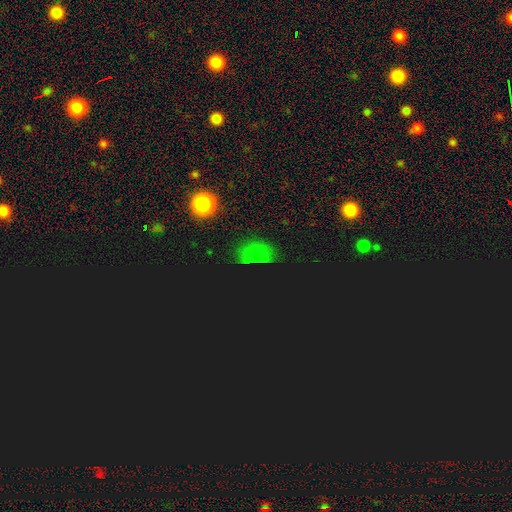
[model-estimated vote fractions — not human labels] Smooth or featured?
  - star or artifact: 55% *
  - smooth: 36%
  - featured or disk: 9%